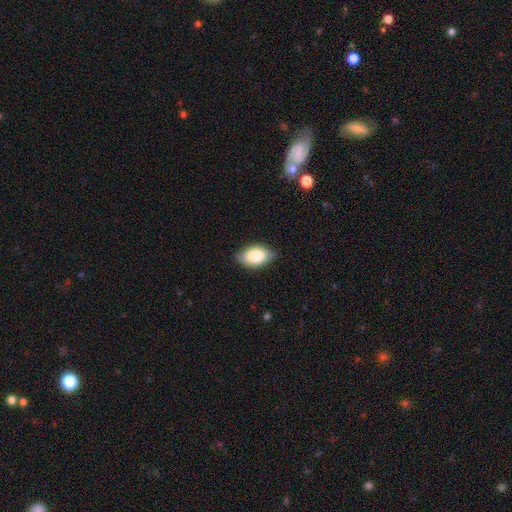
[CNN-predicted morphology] Smooth or featured: smooth — 84% (featured or disk — 9%)
How rounded: in between — 91% (round — 7%)
Merging: none — 78% (minor disturbance — 19%)